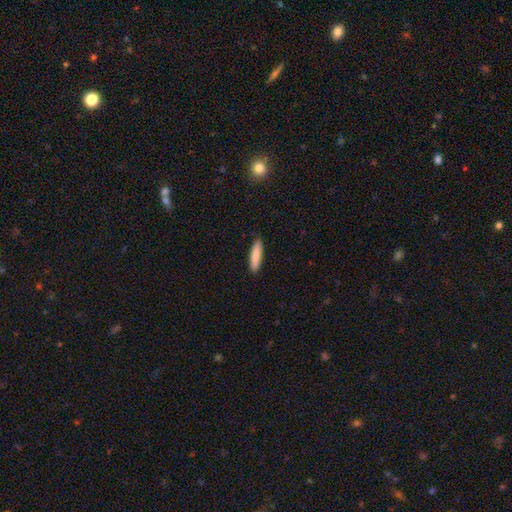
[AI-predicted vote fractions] A smooth galaxy with no disk features (83%) that is cigar-shaped (79%).

Vote fractions:
- Smooth or featured? smooth: 83% / featured or disk: 12% / star or artifact: 5%
- How rounded? cigar-shaped: 79% / in between: 19% / round: 1%
- Merging? none: 91% / minor disturbance: 7% / major disturbance: 1% / merger: 1%